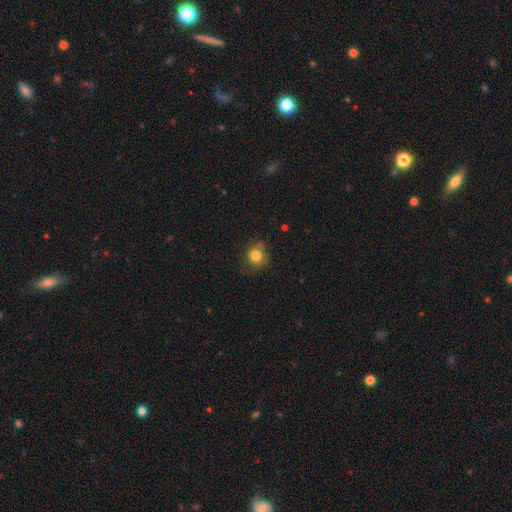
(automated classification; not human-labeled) Smooth or featured?
  - smooth: 81% *
  - star or artifact: 12%
  - featured or disk: 8%
How rounded?
  - round: 84% *
  - in between: 16%
  - cigar-shaped: 1%
Merging?
  - none: 66% *
  - minor disturbance: 23%
  - major disturbance: 7%
  - merger: 4%